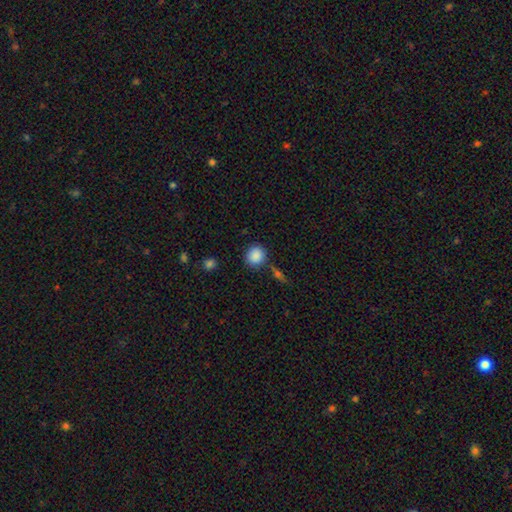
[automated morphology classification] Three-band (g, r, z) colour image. It shows a smooth galaxy with no disk features (87%) that is round (86%). Merging: none (81%).